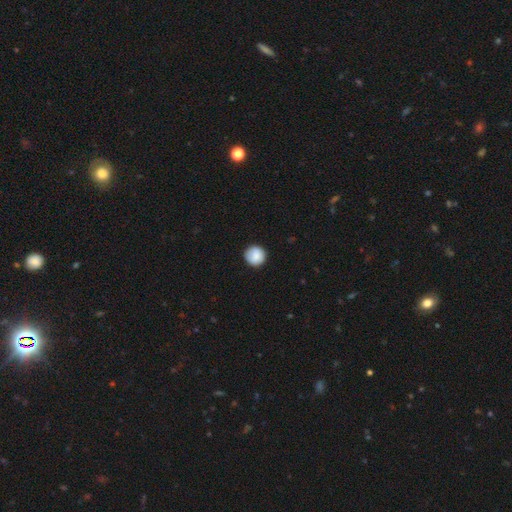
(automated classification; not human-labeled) The model was most divided on "smooth or featured": smooth: 87%, star or artifact: 7%, featured or disk: 6%. More confident: how rounded — round (95%); merging — none (89%).